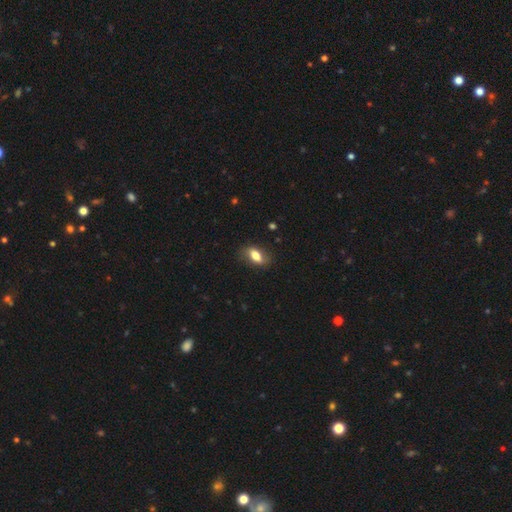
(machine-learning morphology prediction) smooth_or_featured: smooth (p=0.68) [alt: featured or disk p=0.25]
how_rounded: in between (p=0.84) [alt: cigar-shaped p=0.09]
merging: none (p=0.78) [alt: minor disturbance p=0.16]